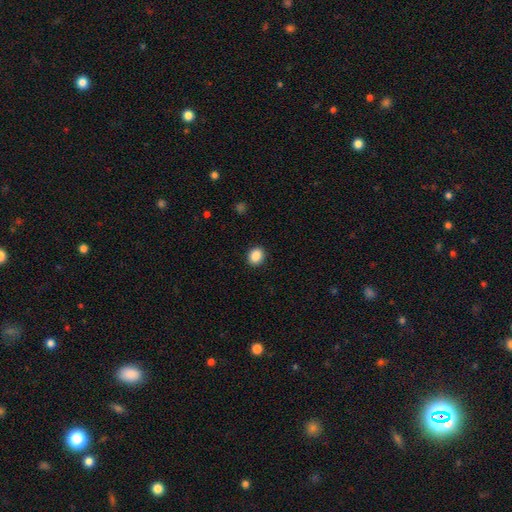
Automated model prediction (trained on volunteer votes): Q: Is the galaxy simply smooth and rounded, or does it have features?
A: smooth — 88%.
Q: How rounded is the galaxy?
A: round — 63%.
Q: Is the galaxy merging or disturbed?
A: none — 91%.